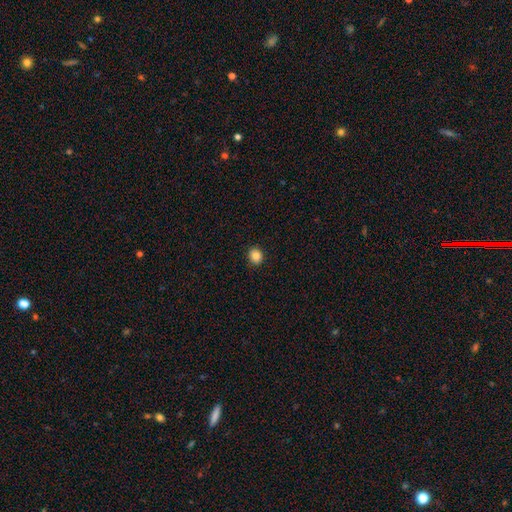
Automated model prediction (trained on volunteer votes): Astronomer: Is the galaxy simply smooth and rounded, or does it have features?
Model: smooth — 86%.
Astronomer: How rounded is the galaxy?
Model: round — 75%.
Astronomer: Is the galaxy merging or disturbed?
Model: none — 91%.